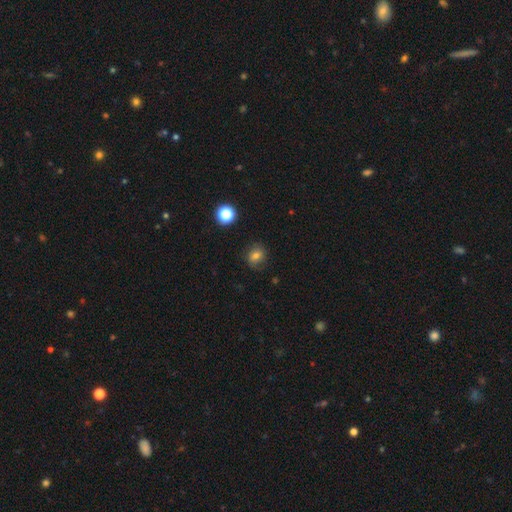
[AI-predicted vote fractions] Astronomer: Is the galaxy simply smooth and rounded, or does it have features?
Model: smooth — 72%.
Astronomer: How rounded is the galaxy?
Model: round — 68%.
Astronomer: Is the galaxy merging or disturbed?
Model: none — 79%.